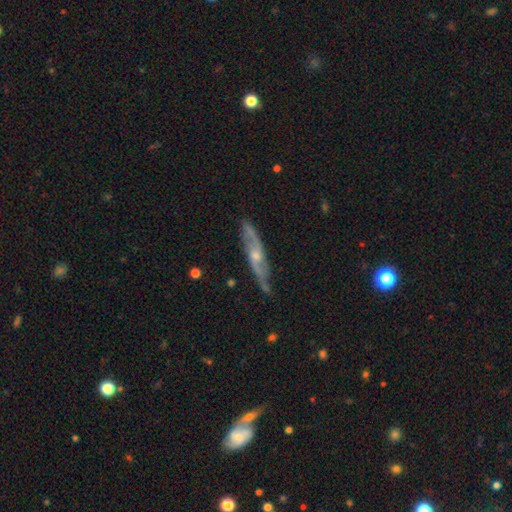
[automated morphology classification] Q: Smooth or featured?
A: featured or disk (76%); runner-up: smooth (18%)
Q: Edge-on disk?
A: no (51%); runner-up: yes (49%)
Q: Merging?
A: none (79%); runner-up: minor disturbance (16%)